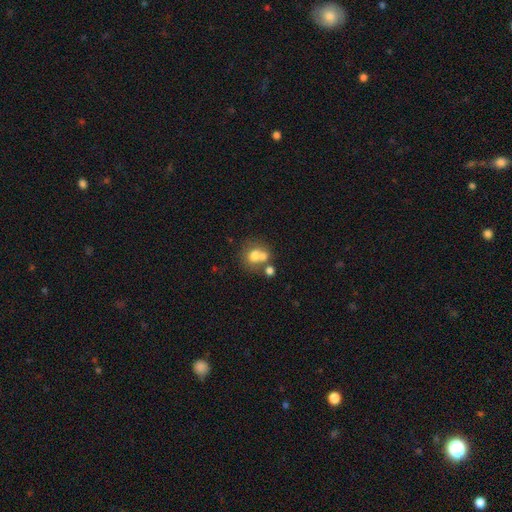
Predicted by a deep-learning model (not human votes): Smooth or featured? smooth (68%)
How rounded? round (71%)
Merging? merger (46%)